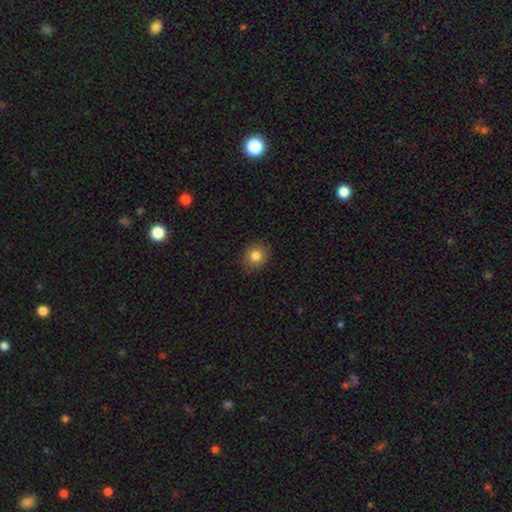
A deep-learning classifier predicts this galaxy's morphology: Smooth or featured: smooth — 83% (star or artifact — 10%)
How rounded: round — 71% (in between — 28%)
Merging: none — 85% (minor disturbance — 12%)